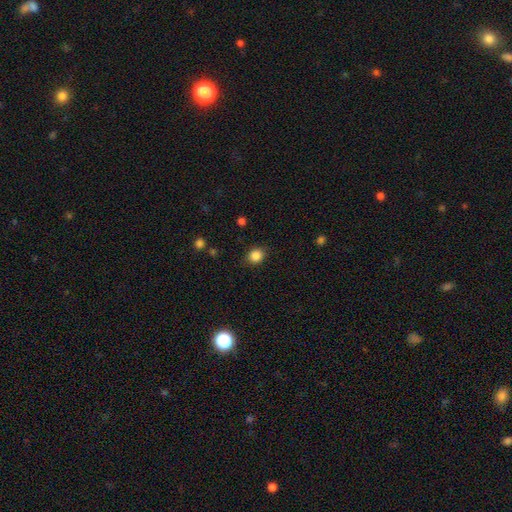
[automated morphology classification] Smooth or featured? smooth (86%)
How rounded? round (68%)
Merging? none (86%)